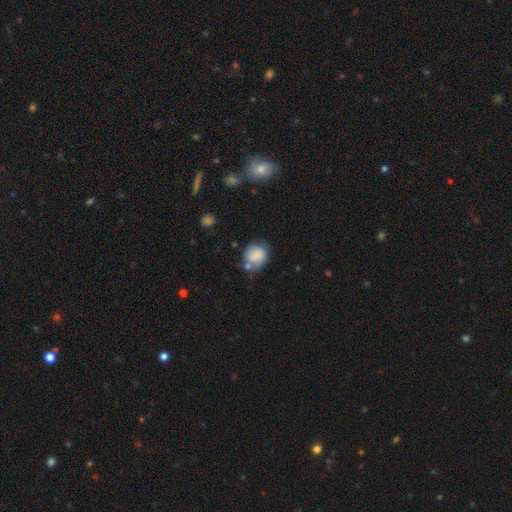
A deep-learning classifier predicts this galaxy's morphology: Smooth or featured? Predicted: smooth (p=0.81). How rounded? Predicted: round (p=0.63). Merging? Predicted: none (p=0.51).